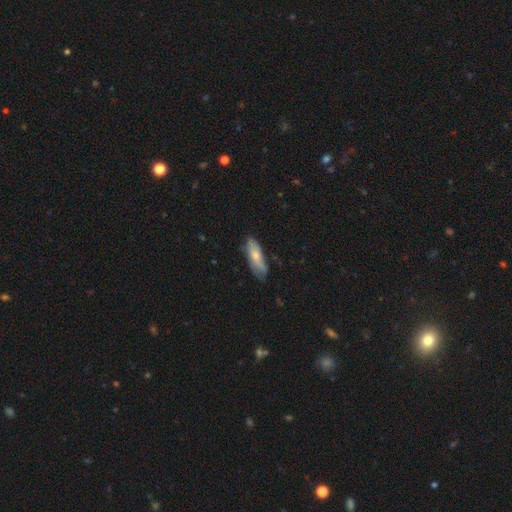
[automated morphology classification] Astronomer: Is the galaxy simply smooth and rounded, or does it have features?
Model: smooth — 65%.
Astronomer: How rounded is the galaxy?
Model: in between — 58% (runner-up: cigar-shaped, 40%).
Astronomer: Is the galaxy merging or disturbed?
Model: none — 65%.